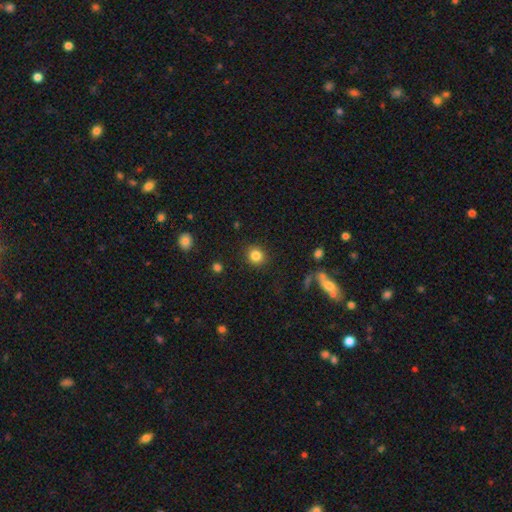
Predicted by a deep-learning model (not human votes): Smooth or featured?
  - smooth: 84% *
  - star or artifact: 11%
  - featured or disk: 5%
How rounded?
  - round: 88% *
  - in between: 11%
  - cigar-shaped: 1%
Merging?
  - none: 90% *
  - minor disturbance: 6%
  - major disturbance: 2%
  - merger: 1%